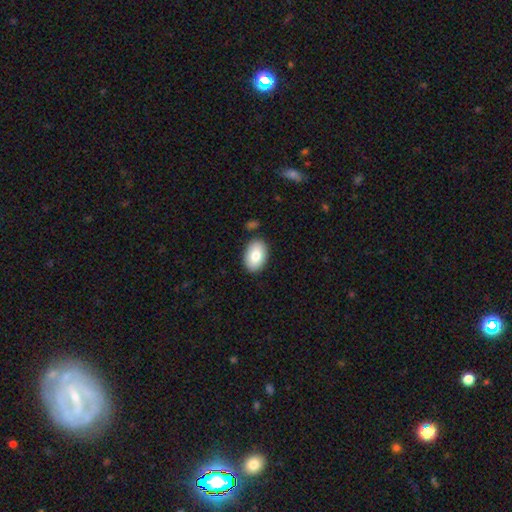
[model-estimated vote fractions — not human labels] This appears to be a smooth galaxy with no disk features (80%) that is in between round and cigar-shaped (90%). Merging: none (85%).